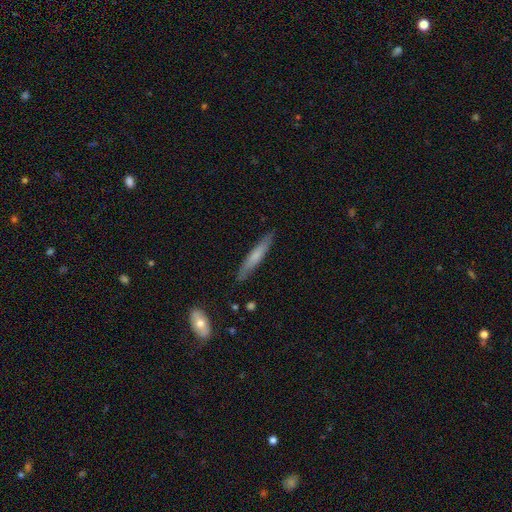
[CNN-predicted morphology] Smooth or featured?
  - smooth: 60% *
  - featured or disk: 34%
  - star or artifact: 6%
How rounded?
  - cigar-shaped: 93% *
  - in between: 6%
  - round: 1%
Merging?
  - none: 85% *
  - minor disturbance: 12%
  - major disturbance: 2%
  - merger: 1%